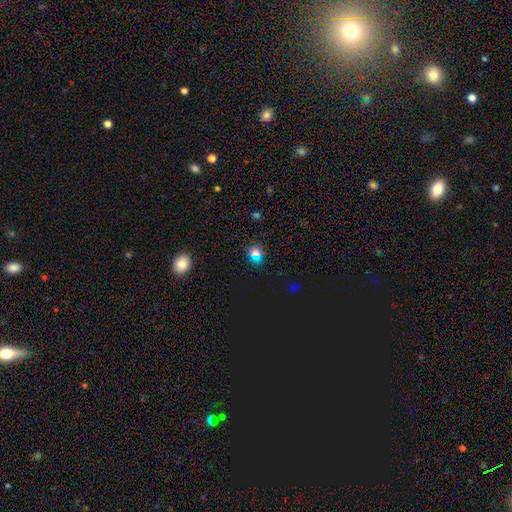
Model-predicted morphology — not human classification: The model was most divided on "smooth or featured": smooth: 64%, star or artifact: 28%, featured or disk: 7%. More confident: merging — none (87%); how rounded — round (75%).